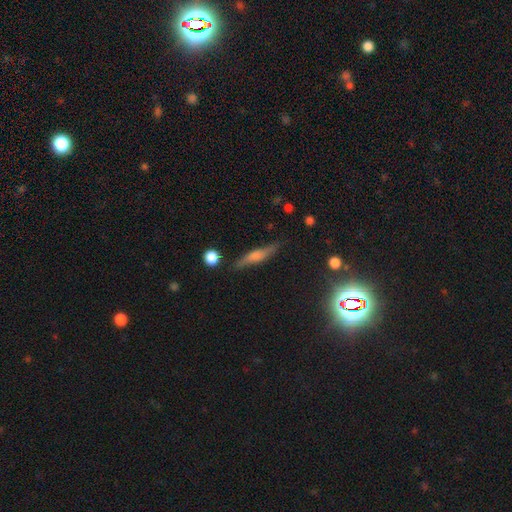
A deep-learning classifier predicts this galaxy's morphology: A featured or disk galaxy (49%).

Vote fractions:
- Smooth or featured? featured or disk: 49% / smooth: 40% / star or artifact: 11%
- Merging? none: 83% / minor disturbance: 13% / major disturbance: 3% / merger: 2%